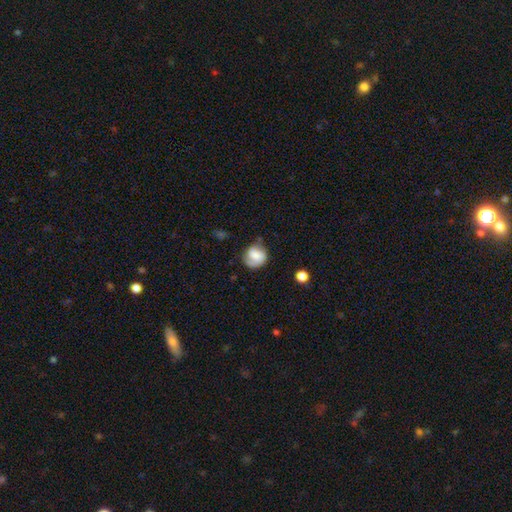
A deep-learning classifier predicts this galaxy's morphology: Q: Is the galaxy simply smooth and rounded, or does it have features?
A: smooth — 56%.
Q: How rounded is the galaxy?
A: round — 77%.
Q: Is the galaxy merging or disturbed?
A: none — 60%.